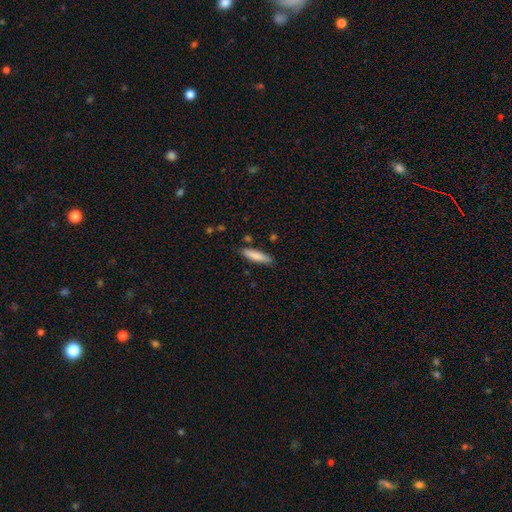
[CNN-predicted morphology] smooth-or-featured: smooth: 82% | featured or disk: 12% | star or artifact: 6%
  how-rounded: cigar-shaped: 80% | in between: 19% | round: 1%
  merging: none: 85% | minor disturbance: 10% | merger: 3% | major disturbance: 2%